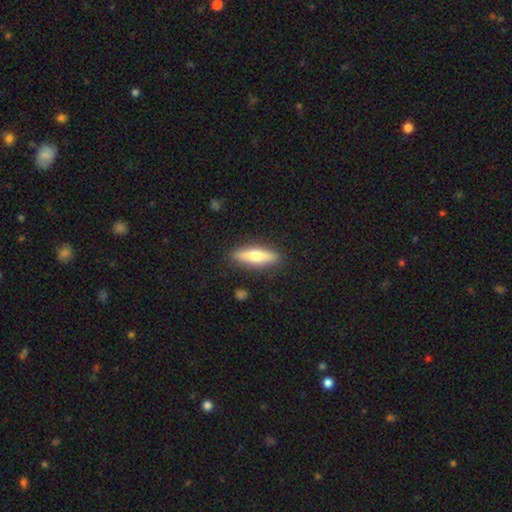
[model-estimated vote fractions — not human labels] Smooth or featured? smooth (60%)
How rounded? cigar-shaped (69%)
Merging? none (88%)